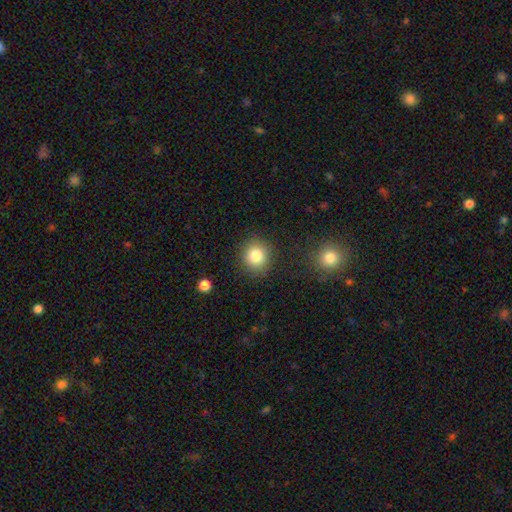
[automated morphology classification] A smooth galaxy with no disk features (83%) that is round (84%). Merging: none (87%).